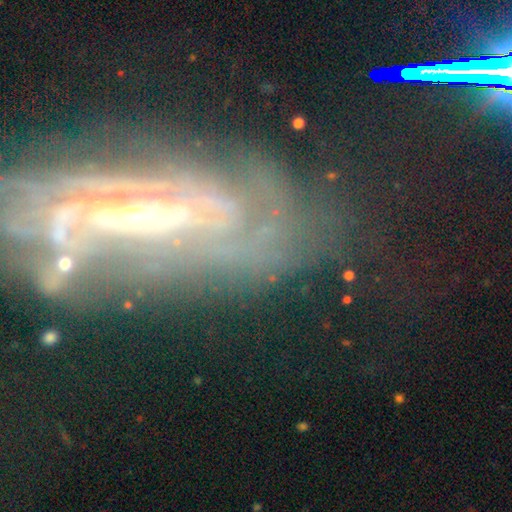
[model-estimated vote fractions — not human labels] Morphology: type=featured or disk (79%); edge-on=no (85%); bar=no (47%); spiral arms=yes (88%); winding=tight (65%); arm count=can't tell (39%); bulge=small (50%); merging=none (61%).